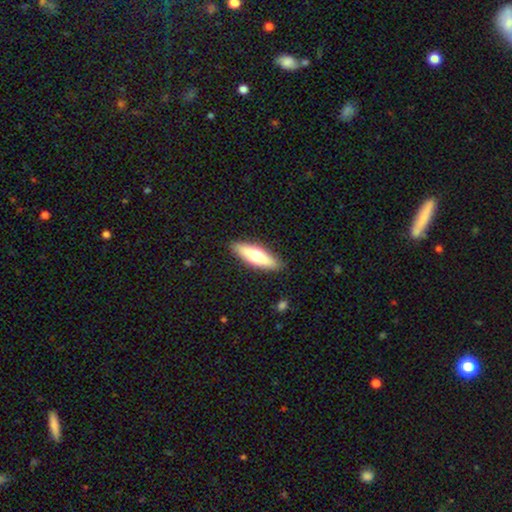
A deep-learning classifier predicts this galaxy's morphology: Q: Smooth or featured?
A: smooth (57%); runner-up: featured or disk (37%)
Q: How rounded?
A: cigar-shaped (59%); runner-up: in between (39%)
Q: Merging?
A: none (88%); runner-up: minor disturbance (9%)